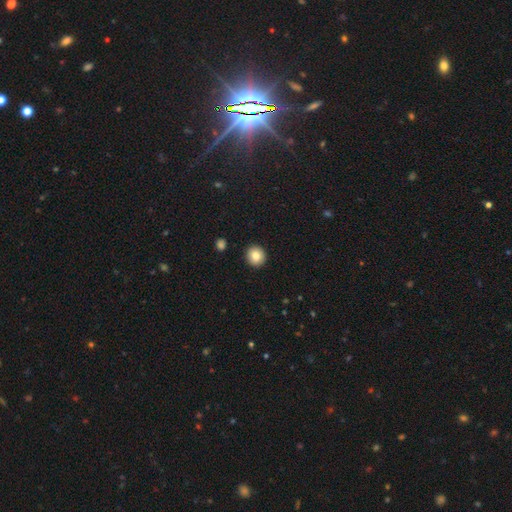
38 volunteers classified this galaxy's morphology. Smooth or featured? smooth (82%)
How rounded? round (87%)
Merging? none (92%)